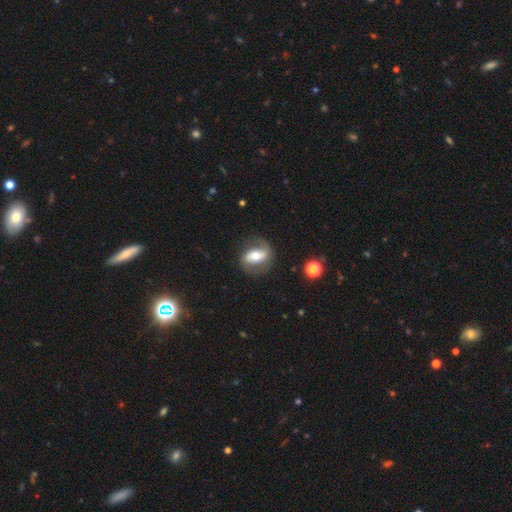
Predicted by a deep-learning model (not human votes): The model was most divided on "spiral winding": medium: 42%, loose: 35%, tight: 23%. Remaining: edge-on disk — no (94%); spiral arms — yes (81%); spiral arm count — 2 (81%); merging — none (73%); smooth or featured — featured or disk (69%); bulge size — moderate (67%); bar — strong (47%).